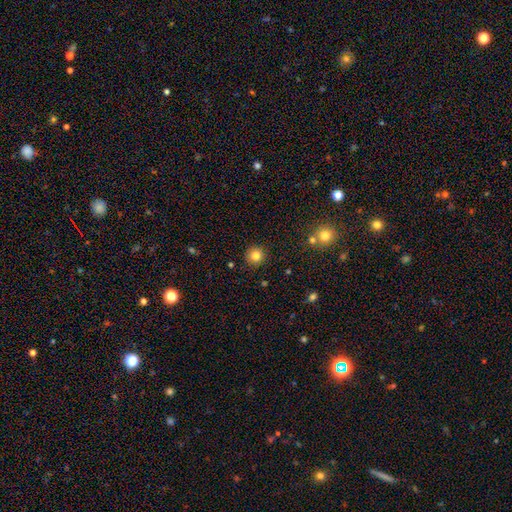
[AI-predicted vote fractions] Morphology: type=smooth (82%); roundness=round (94%); merging=none (91%).